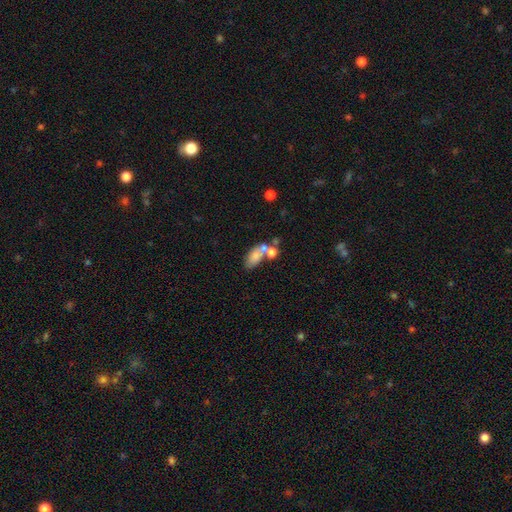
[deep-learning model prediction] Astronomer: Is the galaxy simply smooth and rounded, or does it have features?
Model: smooth — 71%.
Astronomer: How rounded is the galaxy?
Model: in between — 81%.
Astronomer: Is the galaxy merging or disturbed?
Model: merger — 41% (runner-up: none, 37%).